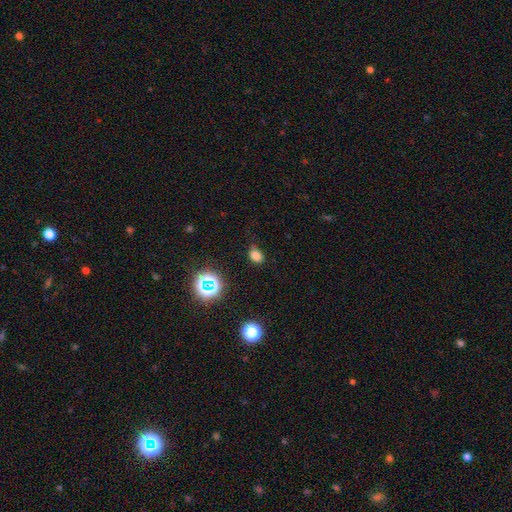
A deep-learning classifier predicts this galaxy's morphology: type=smooth (73%); roundness=in between (66%); merging=none (69%).